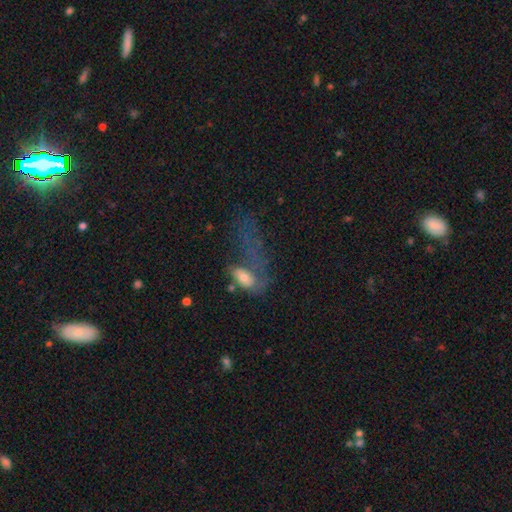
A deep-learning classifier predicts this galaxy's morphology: A star or artifact, not a galaxy (36%).